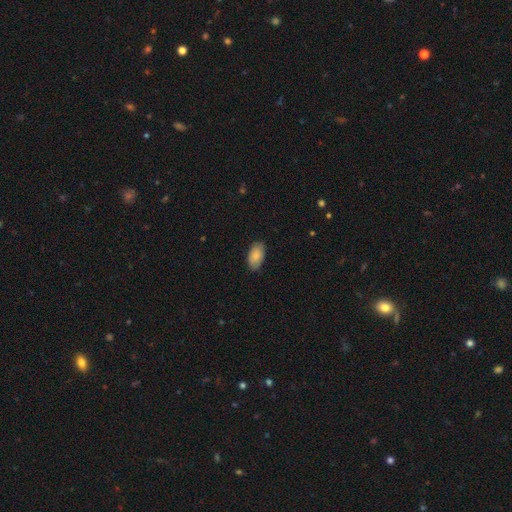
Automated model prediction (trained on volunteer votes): Smooth or featured: smooth — 84% (featured or disk — 10%)
How rounded: in between — 95% (round — 4%)
Merging: none — 82% (minor disturbance — 14%)